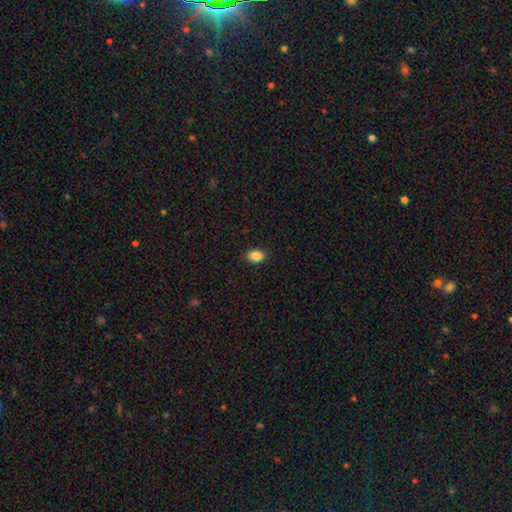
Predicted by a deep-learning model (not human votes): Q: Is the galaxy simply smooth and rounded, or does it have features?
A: smooth — 87%.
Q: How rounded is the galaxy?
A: in between — 79%.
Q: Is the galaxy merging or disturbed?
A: none — 88%.